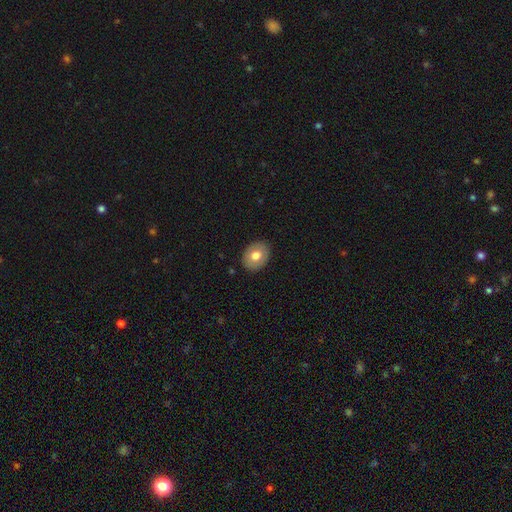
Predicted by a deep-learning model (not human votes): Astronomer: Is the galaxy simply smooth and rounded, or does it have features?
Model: smooth — 75%.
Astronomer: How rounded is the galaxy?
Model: in between — 59% (runner-up: round, 40%).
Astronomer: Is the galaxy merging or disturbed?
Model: none — 89%.